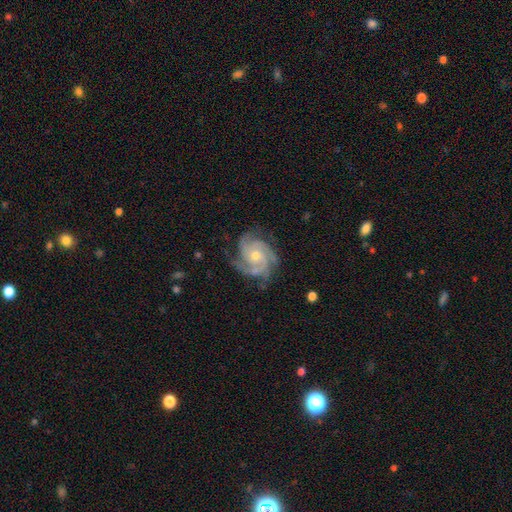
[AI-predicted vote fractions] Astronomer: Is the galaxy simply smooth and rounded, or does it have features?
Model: featured or disk — 90%.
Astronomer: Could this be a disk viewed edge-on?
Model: no — 98%.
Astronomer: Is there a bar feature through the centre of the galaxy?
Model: no — 75%.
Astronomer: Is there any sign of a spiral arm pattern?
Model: yes — 98%.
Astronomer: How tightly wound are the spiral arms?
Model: tight — 59% (runner-up: medium, 36%).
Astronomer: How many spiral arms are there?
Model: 3 — 40% (runner-up: 4, 33%).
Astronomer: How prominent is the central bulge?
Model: small — 50% (runner-up: moderate, 47%).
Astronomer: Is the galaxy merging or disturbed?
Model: none — 75%.